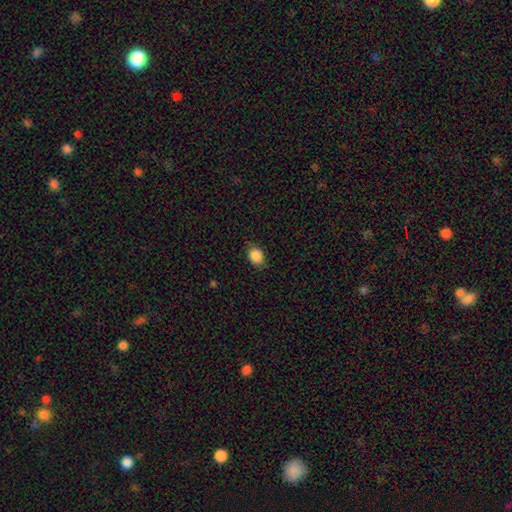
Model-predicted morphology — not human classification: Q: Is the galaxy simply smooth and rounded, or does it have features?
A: smooth — 88%.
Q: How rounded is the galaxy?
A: in between — 60%.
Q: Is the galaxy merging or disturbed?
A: none — 81%.